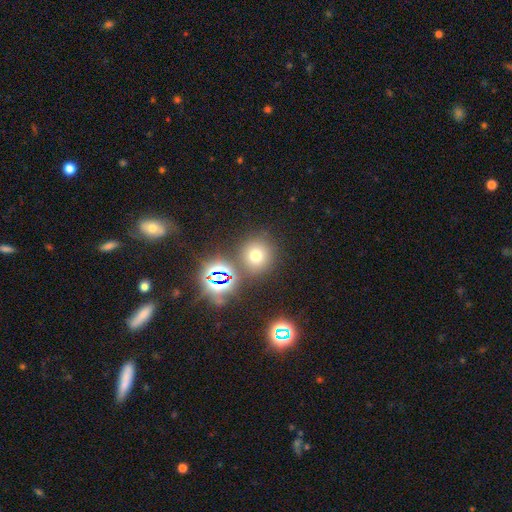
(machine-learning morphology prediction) Smooth or featured? smooth (62%)
How rounded? round (91%)
Merging? none (80%)